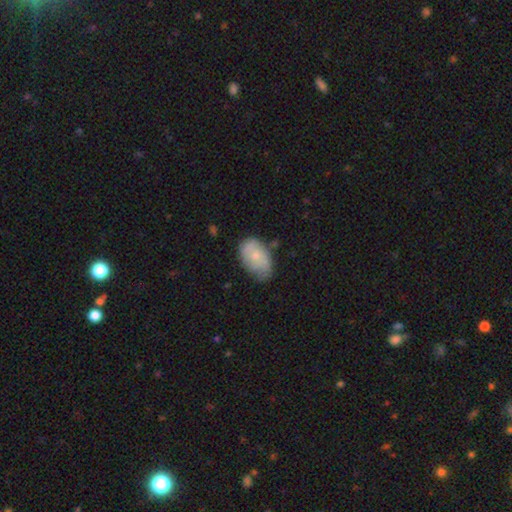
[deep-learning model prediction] This appears to be a smooth galaxy with no disk features (60%) that is in between round and cigar-shaped (89%). Merging: none (54%).